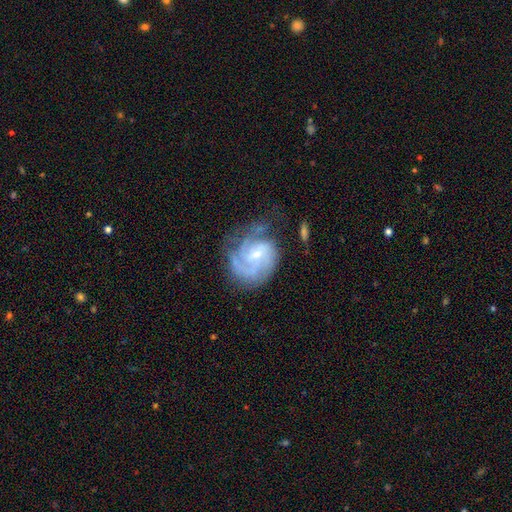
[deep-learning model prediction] The model was most divided on "bar": no: 55%, weak: 38%, strong: 7%. Remaining: edge-on disk — no (98%); spiral arms — yes (97%); smooth or featured — featured or disk (87%); bulge size — small (71%); merging — none (56%); spiral winding — tight (54%); spiral arm count — 3 (39%).